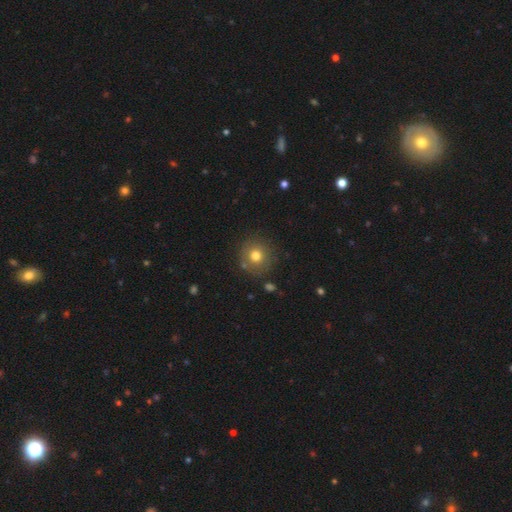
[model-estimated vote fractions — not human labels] smooth-or-featured: smooth: 76% | featured or disk: 12% | star or artifact: 12%
  how-rounded: round: 92% | in between: 7% | cigar-shaped: 1%
  merging: none: 83% | minor disturbance: 10% | merger: 4% | major disturbance: 3%